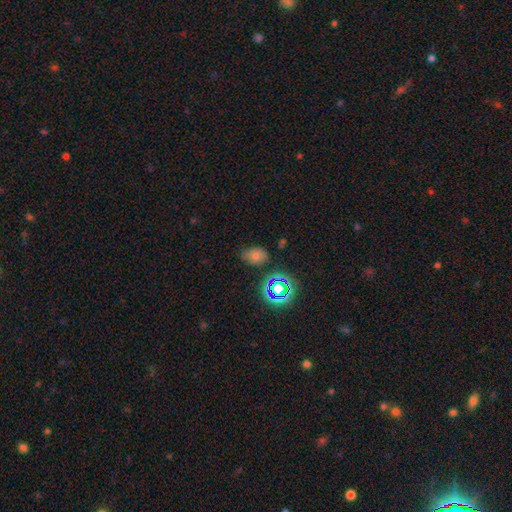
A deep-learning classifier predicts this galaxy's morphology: Smooth or featured? smooth (47%)
Merging? none (72%)